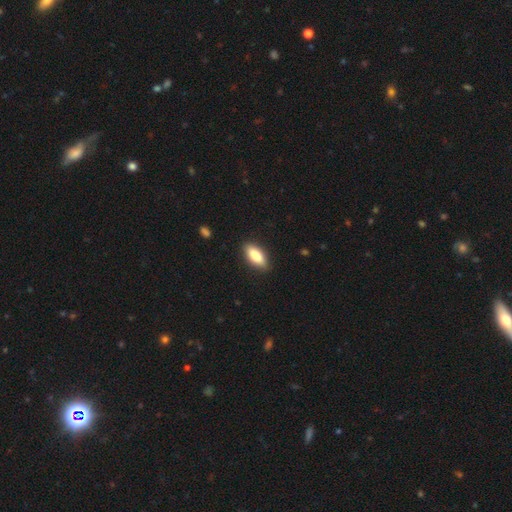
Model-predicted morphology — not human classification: smooth 85%, featured or disk 9%, star or artifact 6%. Down the decision tree: how rounded — in between (82%); merging — none (87%).